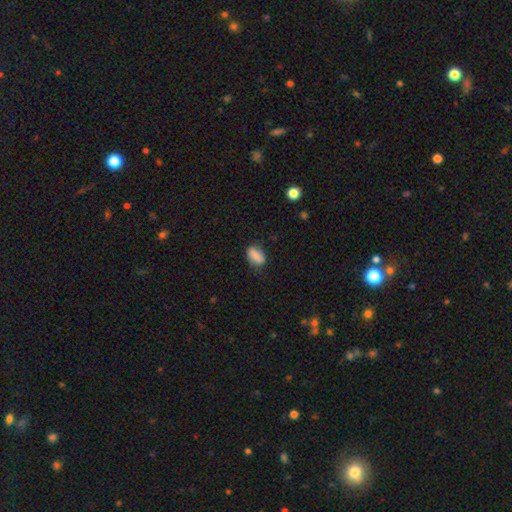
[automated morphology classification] This is likely a smooth galaxy (74%). How rounded: clearly in between (85%). Merging: likely none (74%).